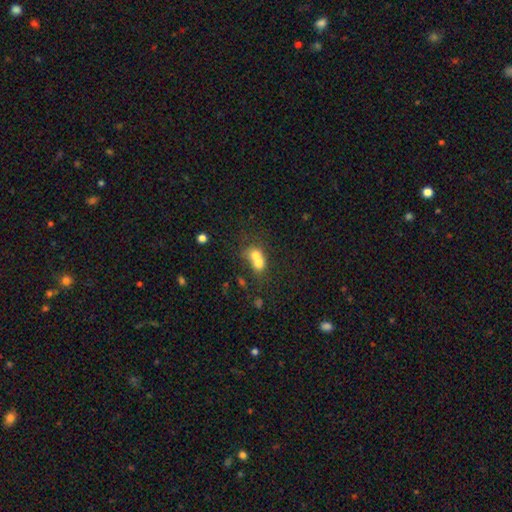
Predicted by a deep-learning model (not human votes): smooth-or-featured: smooth: 68% | featured or disk: 21% | star or artifact: 11%
  how-rounded: round: 55% | in between: 43% | cigar-shaped: 1%
  merging: merger: 70% | none: 19% | minor disturbance: 6% | major disturbance: 4%